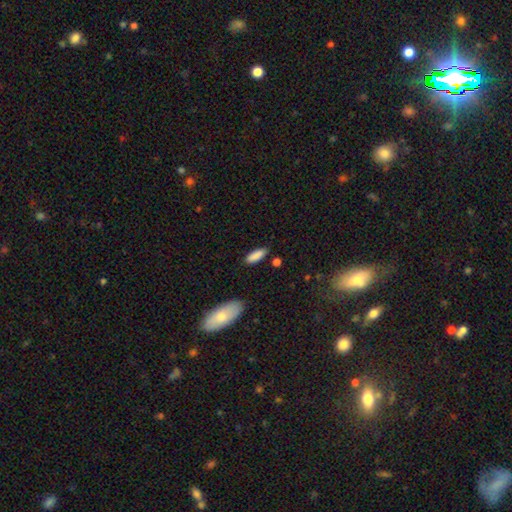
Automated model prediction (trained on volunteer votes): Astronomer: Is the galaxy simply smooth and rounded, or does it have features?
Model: smooth — 88%.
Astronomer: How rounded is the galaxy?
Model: in between — 67%.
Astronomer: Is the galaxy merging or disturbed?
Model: none — 81%.